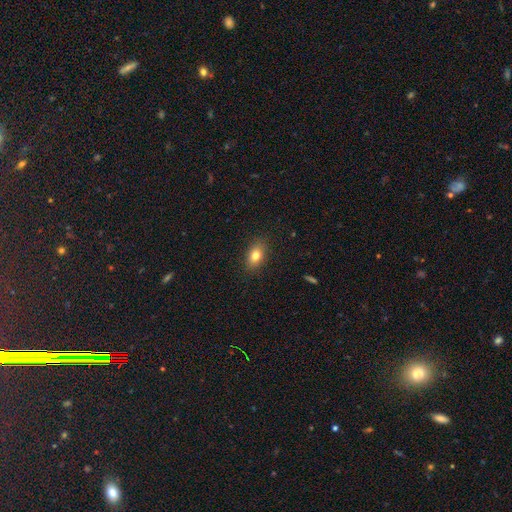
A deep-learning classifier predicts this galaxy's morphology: Smooth or featured? smooth (79%)
How rounded? in between (82%)
Merging? none (87%)